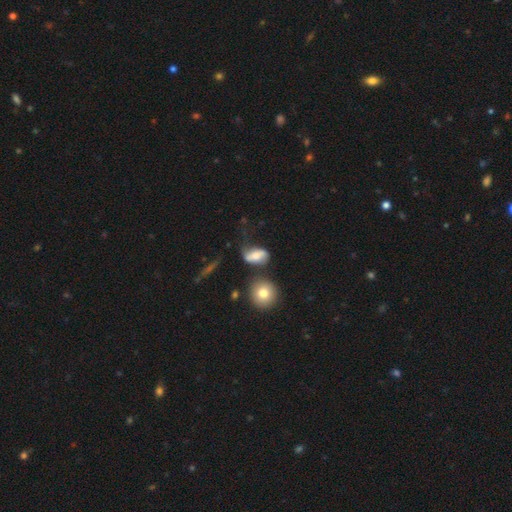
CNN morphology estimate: Q: Smooth or featured?
A: smooth (50%); runner-up: featured or disk (41%)
Q: Merging?
A: none (43%); runner-up: minor disturbance (25%)